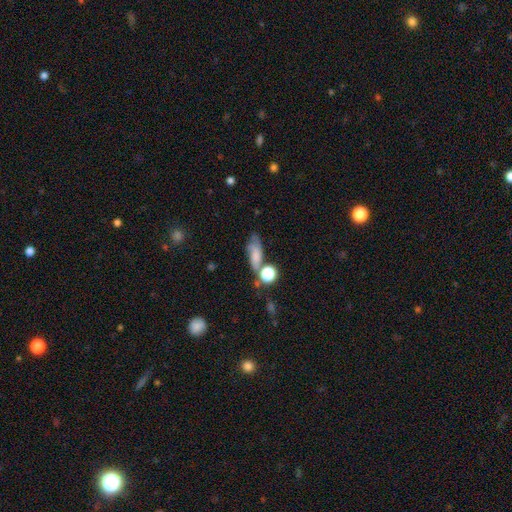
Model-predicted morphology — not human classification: type=smooth (61%); roundness=in between (60%); merging=none (41%).